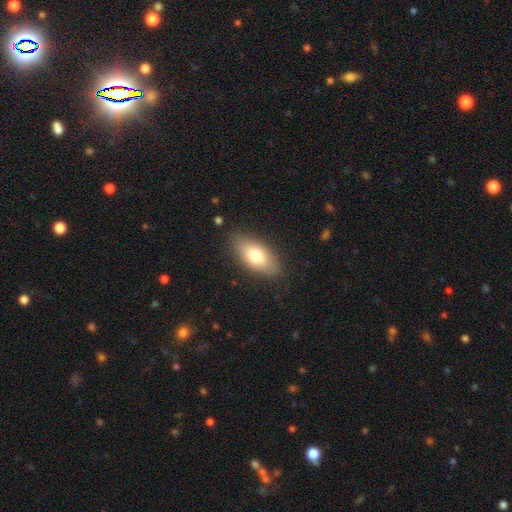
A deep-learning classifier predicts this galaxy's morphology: A smooth galaxy with no disk features (75%) that is in between round and cigar-shaped (88%). Merging: none (83%).